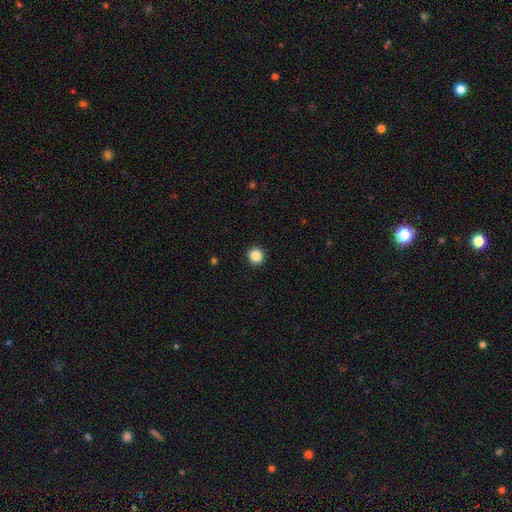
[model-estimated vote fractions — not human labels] This appears to be a smooth galaxy with no disk features (86%) that is round (93%). Merging: none (93%).